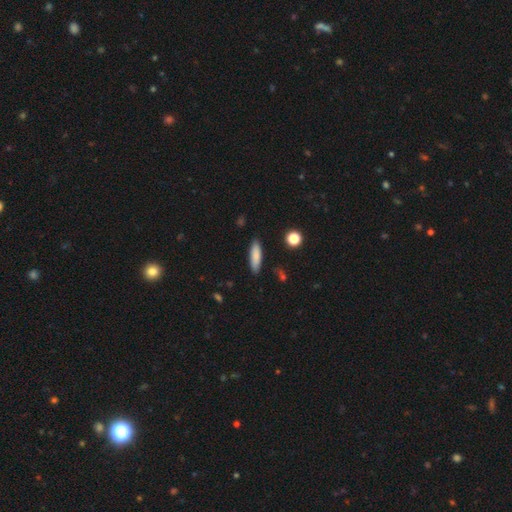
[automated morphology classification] This is clearly a smooth galaxy (83%). How rounded: likely cigar-shaped (62%). Merging: clearly none (87%).